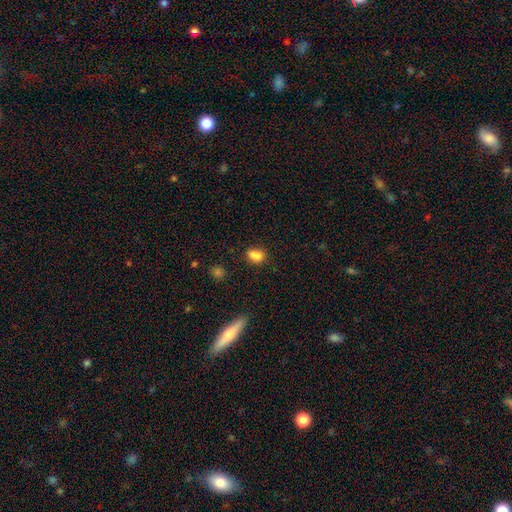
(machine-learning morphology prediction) Smooth or featured? Predicted: smooth (p=0.82). How rounded? Predicted: in between (p=0.74). Merging? Predicted: none (p=0.67).